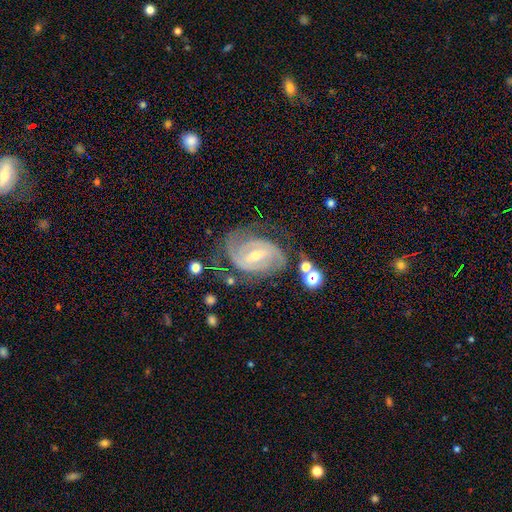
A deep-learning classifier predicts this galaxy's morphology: smooth-or-featured: featured or disk: 89% | smooth: 6% | star or artifact: 6%
  disk-edge-on: no: 97% | yes: 3%
    bar: weak: 46% | strong: 38% | no: 16%
    has-spiral-arms: yes: 97% | no: 3%
      spiral-winding: tight: 57% | medium: 36% | loose: 7%
      spiral-arm-count: 2: 65% | 3: 15% | can't tell: 12% | 4: 3% | 1: 3% | more than 4: 2%
    bulge-size: small: 50% | moderate: 46% | large: 2% | none: 1% | dominant: 1%
  merging: none: 67% | minor disturbance: 20% | major disturbance: 10% | merger: 3%